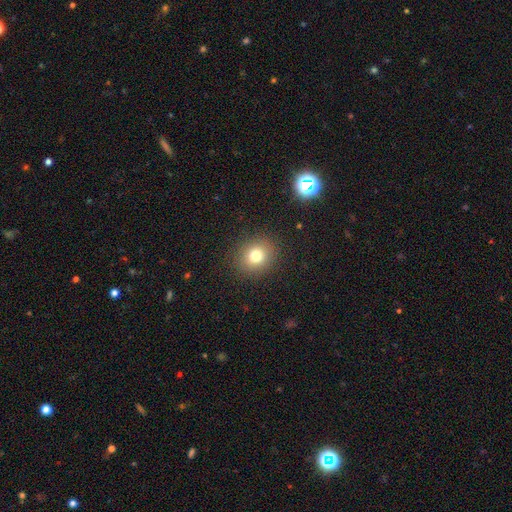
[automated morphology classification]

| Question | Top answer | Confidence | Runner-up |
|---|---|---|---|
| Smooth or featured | smooth | 77% | star or artifact (13%) |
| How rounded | round | 78% | in between (21%) |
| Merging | none | 89% | minor disturbance (7%) |